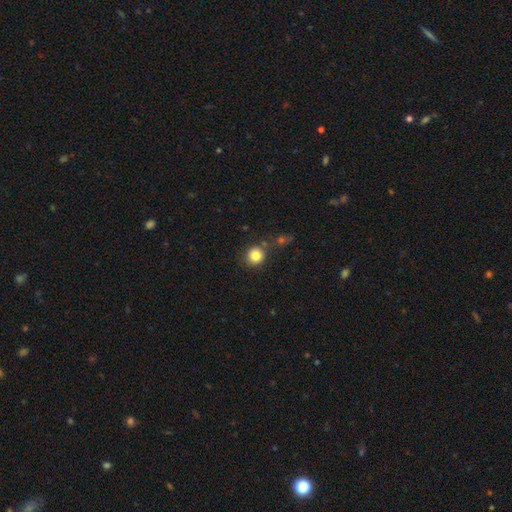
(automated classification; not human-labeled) This appears to be a smooth galaxy with no disk features (83%) that is round (91%). Merging: none (77%).